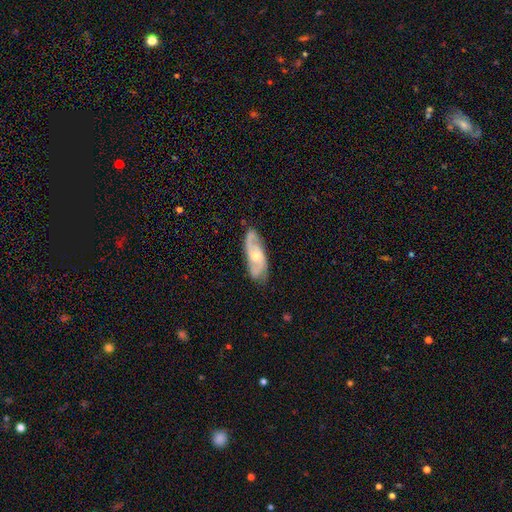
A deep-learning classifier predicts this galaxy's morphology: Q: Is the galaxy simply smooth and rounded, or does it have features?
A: featured or disk — 77%.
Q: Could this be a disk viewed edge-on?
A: no — 90%.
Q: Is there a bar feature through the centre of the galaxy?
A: no — 59%.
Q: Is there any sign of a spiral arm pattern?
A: yes — 94%.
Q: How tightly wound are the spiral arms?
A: medium — 49%.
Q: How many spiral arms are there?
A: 2 — 71%.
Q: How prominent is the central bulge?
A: moderate — 52%.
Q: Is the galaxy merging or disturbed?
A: none — 75%.